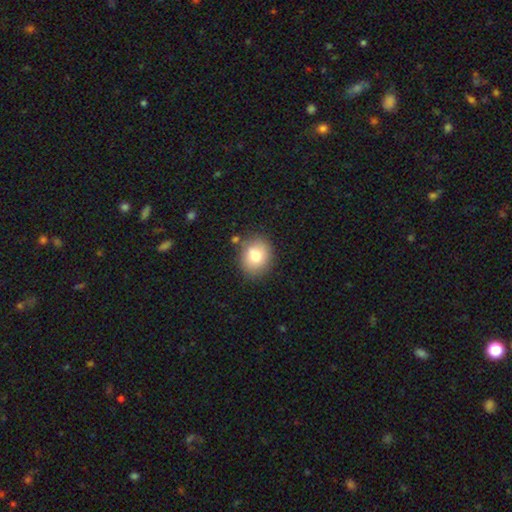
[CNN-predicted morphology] This is likely a smooth galaxy (78%). How rounded: likely round (63%). Merging: likely none (80%).